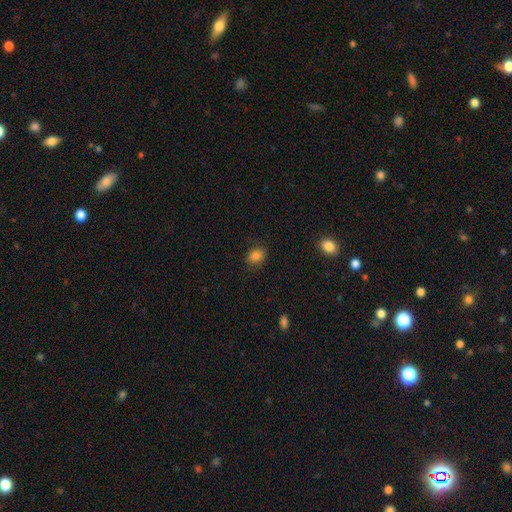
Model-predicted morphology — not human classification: This is clearly a smooth galaxy (84%). How rounded: possibly in between (59%). Merging: clearly none (82%).